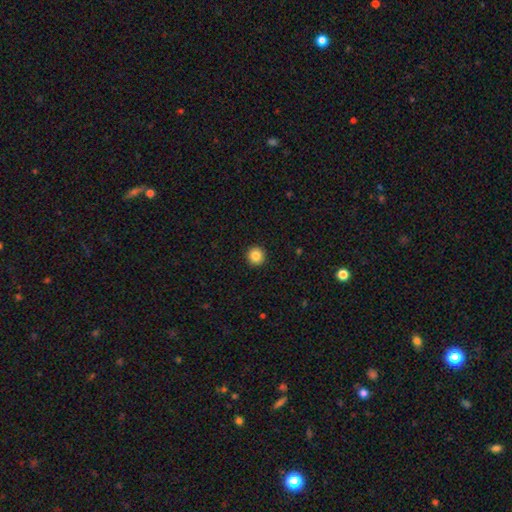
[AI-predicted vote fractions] smooth-or-featured: smooth: 86% | star or artifact: 10% | featured or disk: 5%
  how-rounded: round: 95% | in between: 4% | cigar-shaped: 1%
  merging: none: 93% | minor disturbance: 4% | major disturbance: 1% | merger: 1%